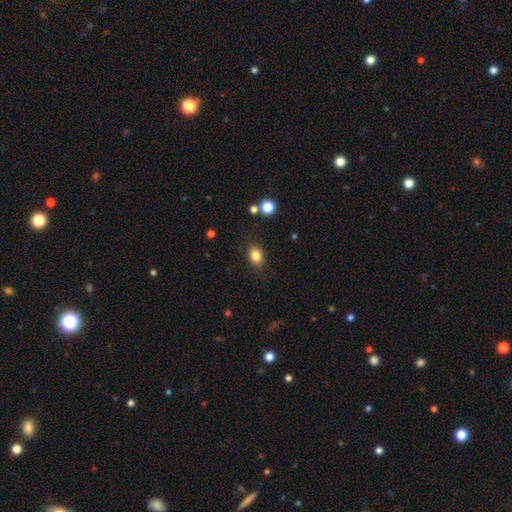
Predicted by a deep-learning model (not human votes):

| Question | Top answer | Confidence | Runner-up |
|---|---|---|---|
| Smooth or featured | smooth | 83% | star or artifact (10%) |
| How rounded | in between | 66% | round (33%) |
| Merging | none | 84% | minor disturbance (12%) |